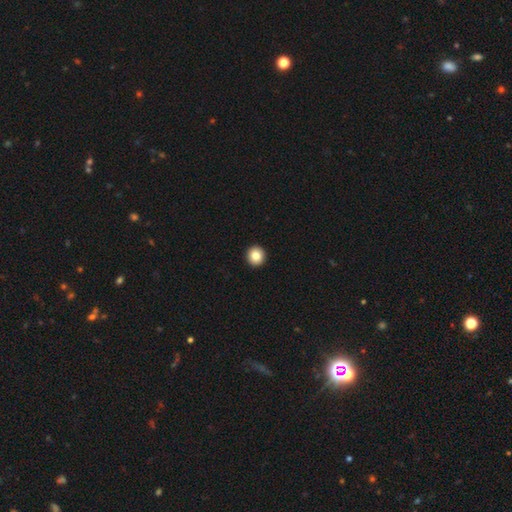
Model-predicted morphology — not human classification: smooth_or_featured: smooth (p=0.85) [alt: star or artifact p=0.09]
how_rounded: round (p=0.95) [alt: in between p=0.04]
merging: none (p=0.94) [alt: minor disturbance p=0.04]